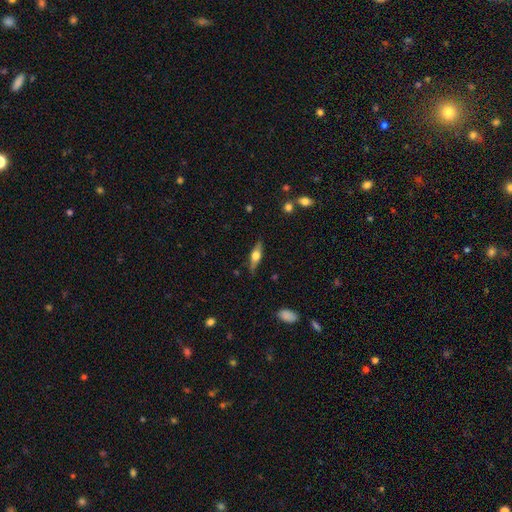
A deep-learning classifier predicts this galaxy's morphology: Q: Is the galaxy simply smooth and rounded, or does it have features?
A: featured or disk — 59%.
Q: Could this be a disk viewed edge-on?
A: yes — 94%.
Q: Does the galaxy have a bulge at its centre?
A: rounded — 92%.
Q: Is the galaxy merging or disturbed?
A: none — 83%.